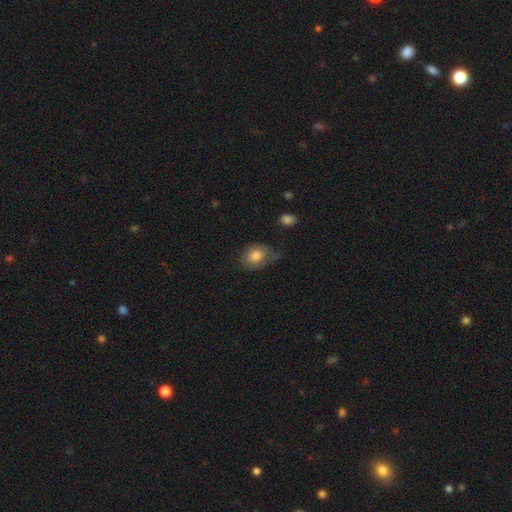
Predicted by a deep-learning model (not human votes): Overall: smooth (75%). How rounded: in between (58%; round 41%). Merging: none (45%; minor disturbance 34%).